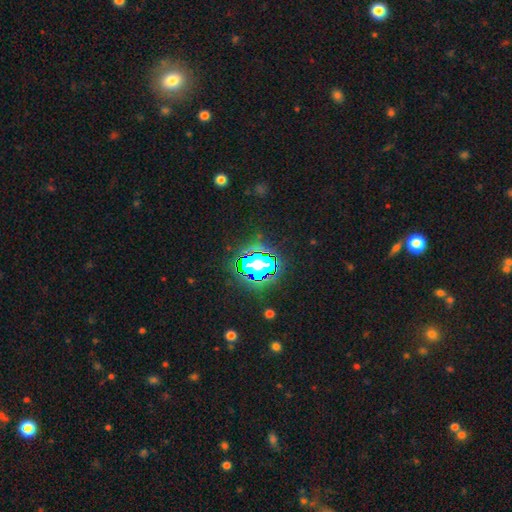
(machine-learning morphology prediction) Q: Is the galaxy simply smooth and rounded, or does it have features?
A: star or artifact — 80%.